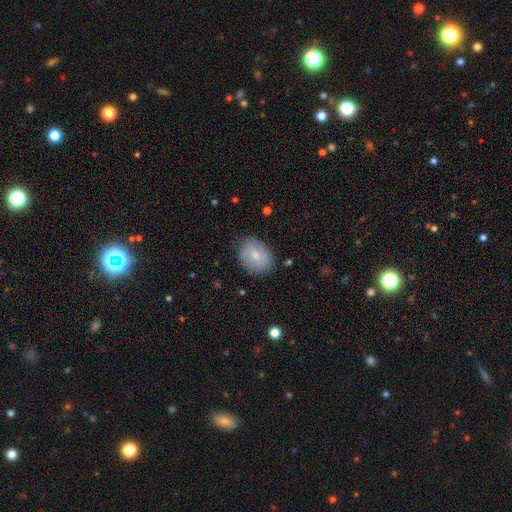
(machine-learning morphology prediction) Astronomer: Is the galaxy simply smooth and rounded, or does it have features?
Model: smooth — 61%.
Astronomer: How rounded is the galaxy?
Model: round — 51% (runner-up: in between, 48%).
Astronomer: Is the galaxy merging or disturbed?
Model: none — 73%.